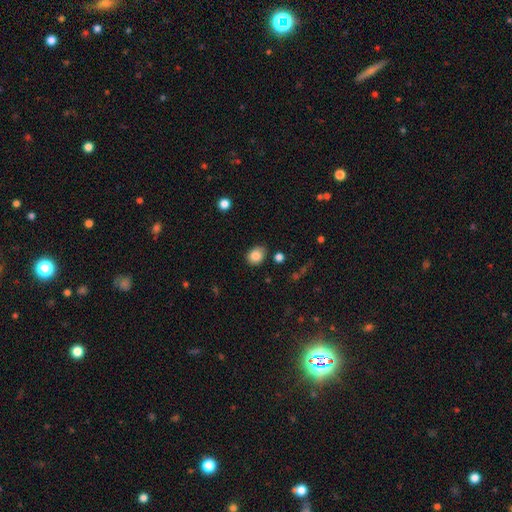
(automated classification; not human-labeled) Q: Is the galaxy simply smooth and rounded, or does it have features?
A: smooth — 86%.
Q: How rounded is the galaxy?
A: round — 56%.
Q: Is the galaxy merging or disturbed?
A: none — 75%.